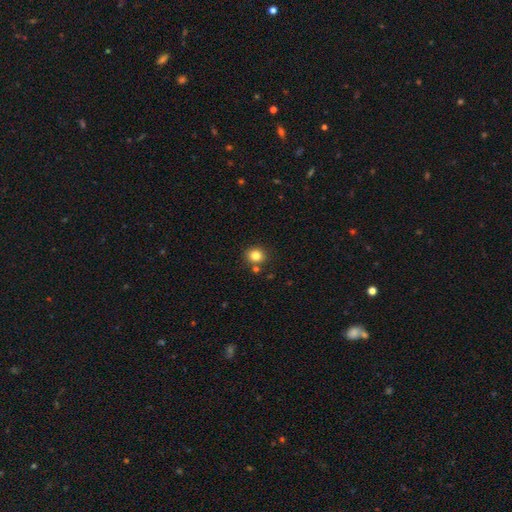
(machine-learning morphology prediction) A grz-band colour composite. It shows a smooth galaxy with no disk features (82%) that is round (82%). Merging: none (81%).